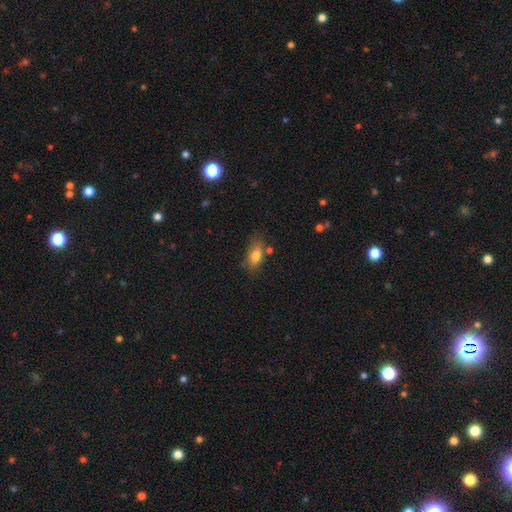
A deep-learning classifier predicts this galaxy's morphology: Smooth or featured?
  - smooth: 77% *
  - featured or disk: 14%
  - star or artifact: 9%
How rounded?
  - in between: 82% *
  - cigar-shaped: 10%
  - round: 7%
Merging?
  - none: 64% *
  - minor disturbance: 22%
  - merger: 7%
  - major disturbance: 7%